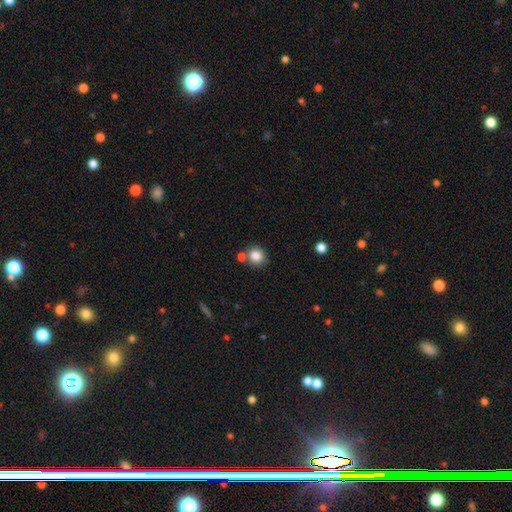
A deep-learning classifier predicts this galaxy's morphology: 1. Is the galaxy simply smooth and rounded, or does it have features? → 84% smooth, 10% star or artifact, 6% featured or disk.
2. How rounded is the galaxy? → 87% round, 12% in between, 1% cigar-shaped.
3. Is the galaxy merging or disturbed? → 69% none, 18% merger, 10% minor disturbance, 3% major disturbance.